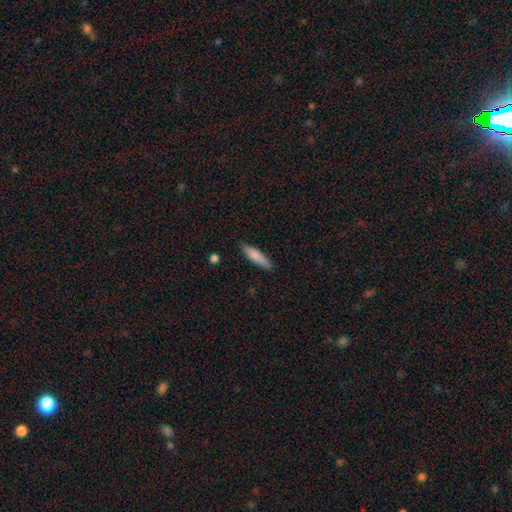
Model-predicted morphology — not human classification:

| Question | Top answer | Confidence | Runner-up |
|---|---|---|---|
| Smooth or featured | smooth | 78% | featured or disk (16%) |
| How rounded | cigar-shaped | 79% | in between (20%) |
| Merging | none | 82% | minor disturbance (14%) |